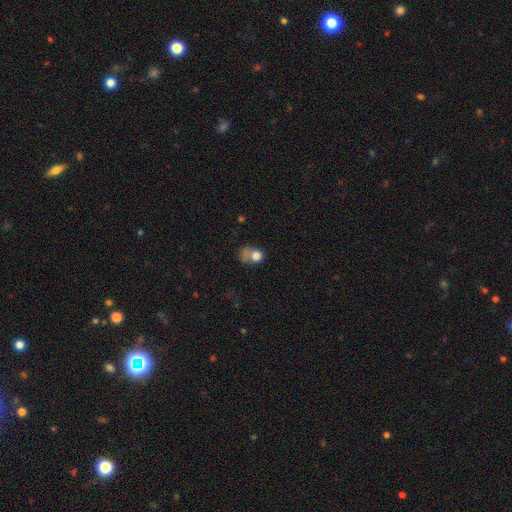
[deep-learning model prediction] A smooth galaxy with no disk features (73%) that is round (56%). Merging: major disturbance (30%, tied with none).